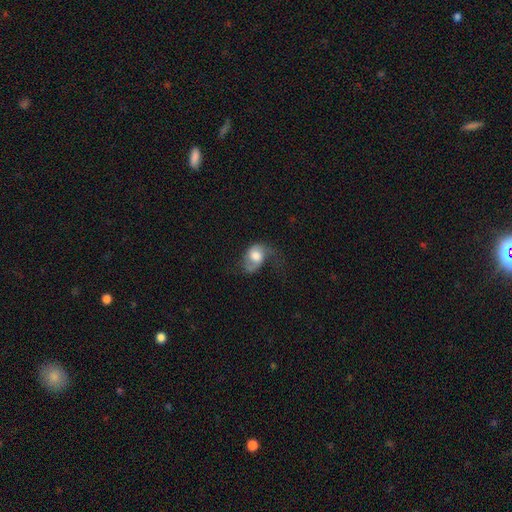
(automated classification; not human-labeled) Smooth or featured?
  - smooth: 49% *
  - featured or disk: 43%
  - star or artifact: 8%
Merging?
  - major disturbance: 38% *
  - none: 32%
  - minor disturbance: 27%
  - merger: 3%